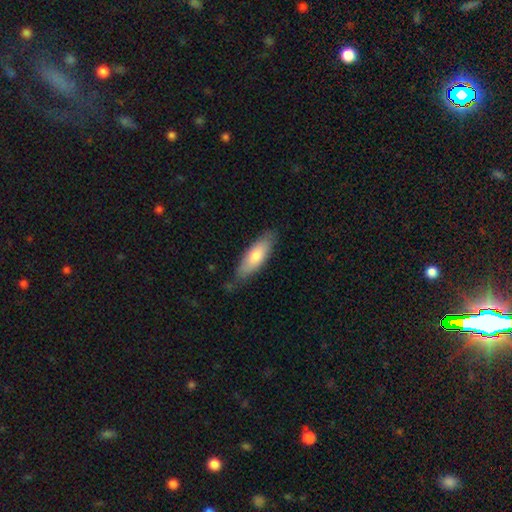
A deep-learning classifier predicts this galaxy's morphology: Smooth or featured? smooth (73%)
How rounded? in between (52%)
Merging? none (76%)